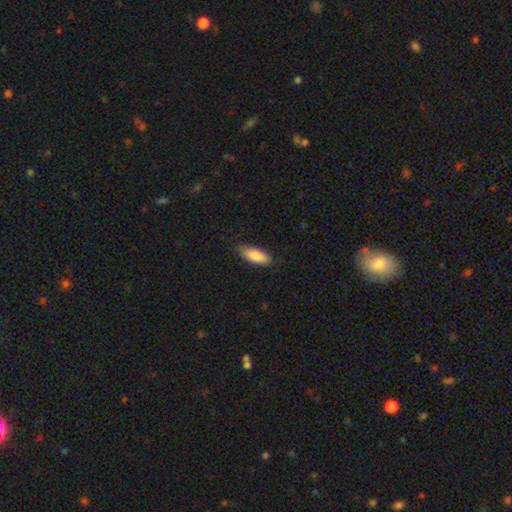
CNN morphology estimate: A smooth galaxy with no disk features (87%) that is in between round and cigar-shaped (76%). Merging: none (83%).